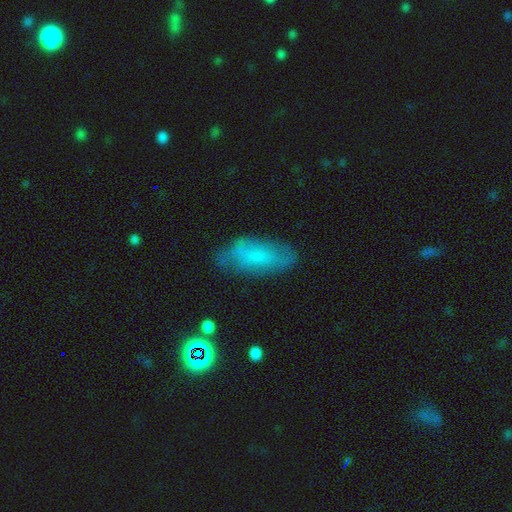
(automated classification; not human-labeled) Smooth or featured: smooth — 60% (featured or disk — 31%)
How rounded: in between — 78% (cigar-shaped — 20%)
Merging: none — 67% (minor disturbance — 23%)